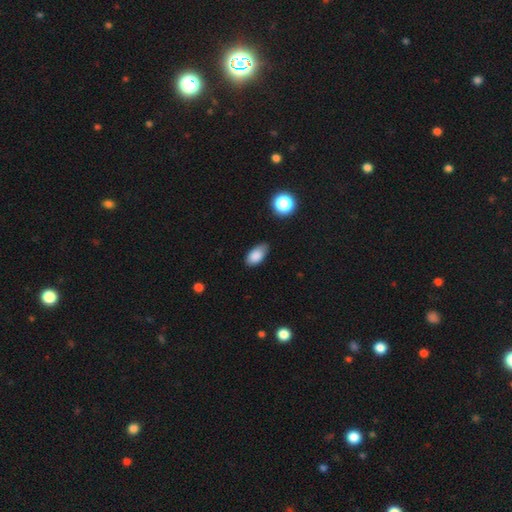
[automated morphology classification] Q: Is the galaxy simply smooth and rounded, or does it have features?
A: smooth — 86%.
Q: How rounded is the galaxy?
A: in between — 92%.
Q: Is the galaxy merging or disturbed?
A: none — 71%.